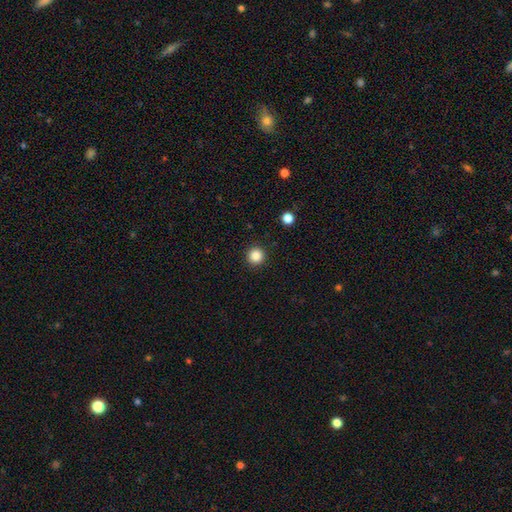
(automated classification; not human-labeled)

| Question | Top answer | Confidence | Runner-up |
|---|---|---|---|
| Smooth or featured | smooth | 85% | star or artifact (11%) |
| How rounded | round | 96% | in between (3%) |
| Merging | none | 93% | minor disturbance (4%) |